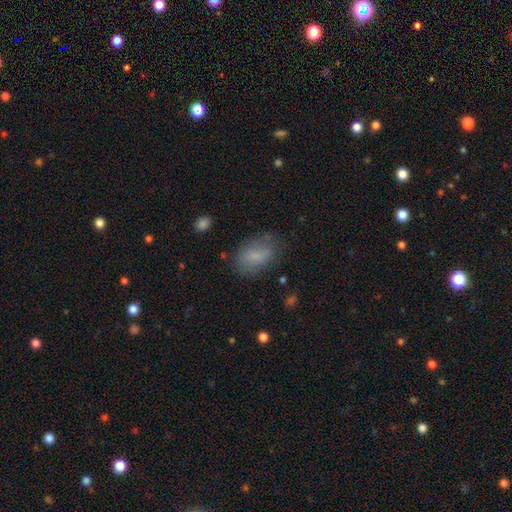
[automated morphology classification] smooth 75%, featured or disk 16%, star or artifact 9%. Down the decision tree: how rounded — in between (86%); merging — none (71%).